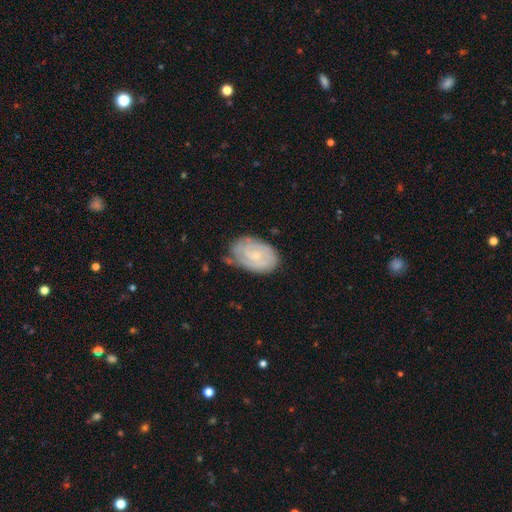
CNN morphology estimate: type=featured or disk (67%); edge-on=no (97%); bar=no (64%); spiral arms=yes (85%); winding=tight (69%); arm count=can't tell (41%); bulge=small (70%); merging=none (64%).